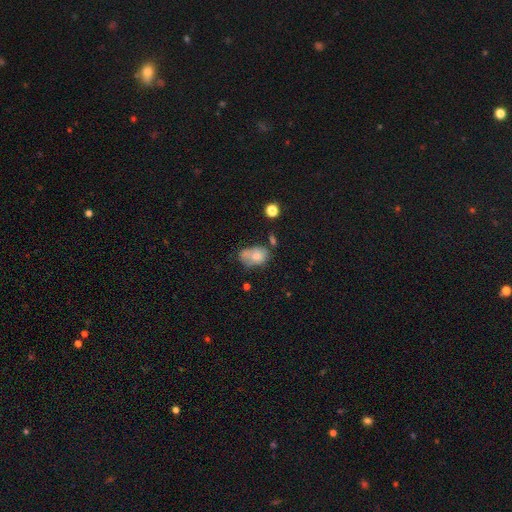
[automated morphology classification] type=smooth (69%); roundness=in between (79%); merging=none (32%).